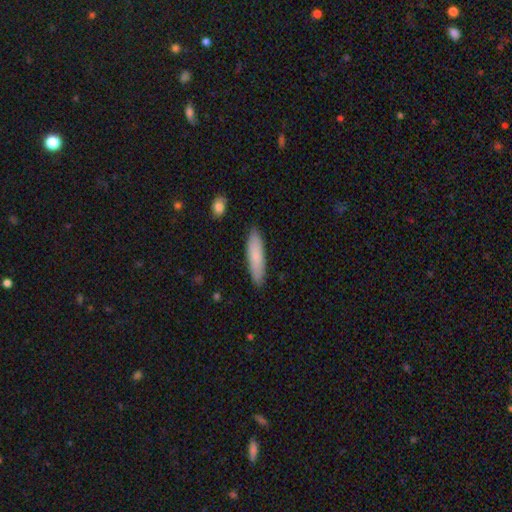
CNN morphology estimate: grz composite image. It shows a smooth galaxy with no disk features (77%) that is cigar-shaped (76%). Merging: none (89%).